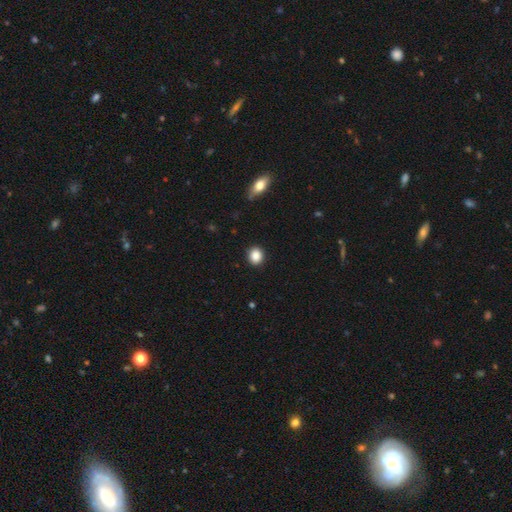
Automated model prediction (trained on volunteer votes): Morphology: type=smooth (88%); roundness=round (73%); merging=none (90%).